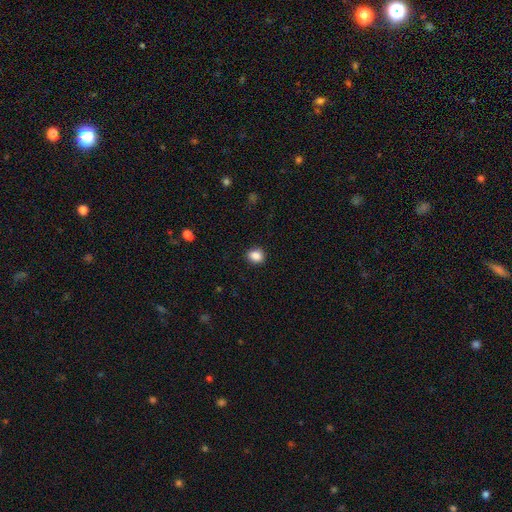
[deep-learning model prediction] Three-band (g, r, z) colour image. It shows a smooth galaxy with no disk features (87%) that is round (67%). Merging: none (89%).